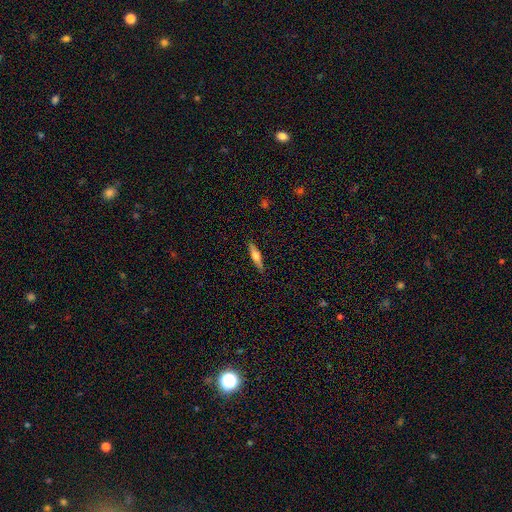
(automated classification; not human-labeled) Smooth or featured? smooth (52%)
How rounded? cigar-shaped (77%)
Merging? none (88%)